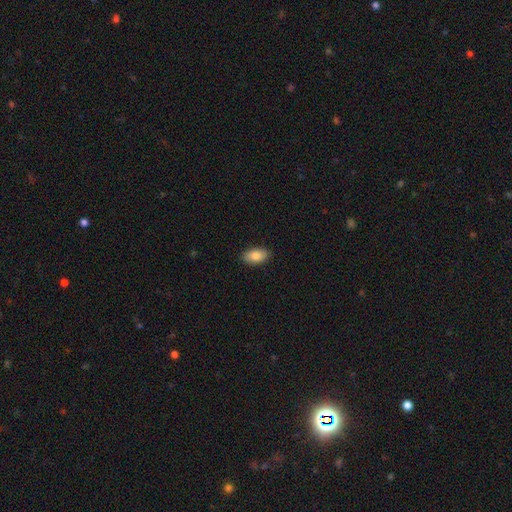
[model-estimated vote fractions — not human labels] smooth 86%, featured or disk 7%, star or artifact 7%. Down the decision tree: how rounded — in between (94%); merging — none (89%).